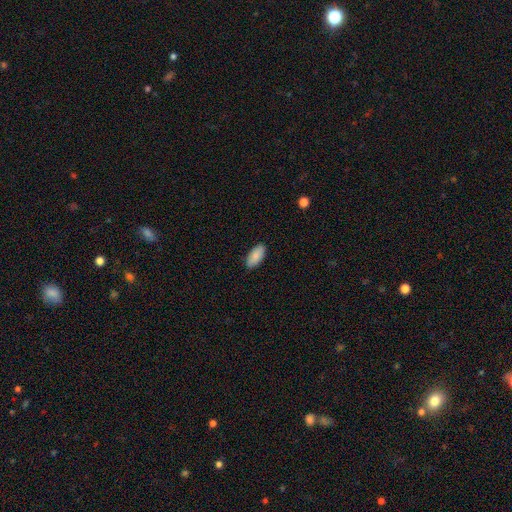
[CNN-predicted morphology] smooth_or_featured: smooth (p=0.89) [alt: star or artifact p=0.06]
how_rounded: in between (p=0.91) [alt: cigar-shaped p=0.07]
merging: none (p=0.88) [alt: minor disturbance p=0.09]